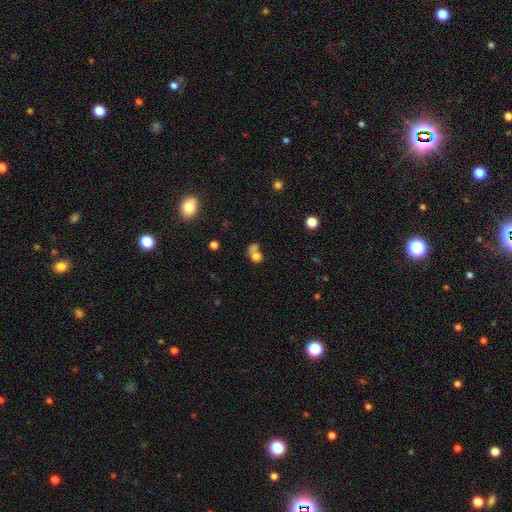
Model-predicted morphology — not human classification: Smooth or featured? Predicted: smooth (p=0.69). How rounded? Predicted: round (p=0.53). Merging? Predicted: merger (p=0.57).